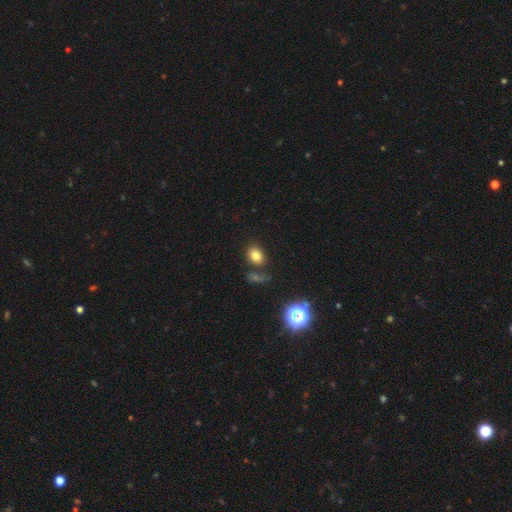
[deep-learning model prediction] Morphology: type=smooth (78%); roundness=in between (52%); merging=none (72%).